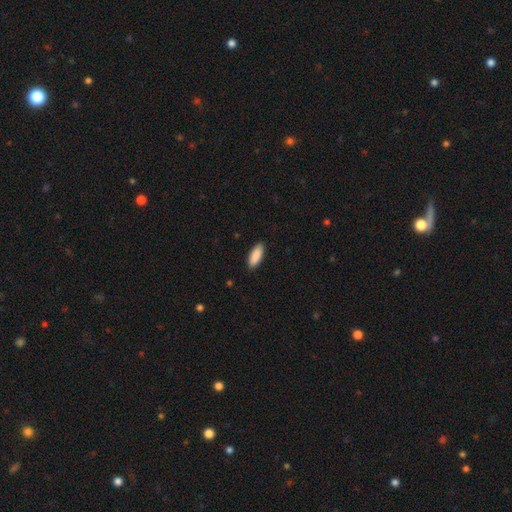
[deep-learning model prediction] Smooth or featured: smooth — 90% (star or artifact — 6%)
How rounded: in between — 73% (cigar-shaped — 26%)
Merging: none — 90% (minor disturbance — 8%)